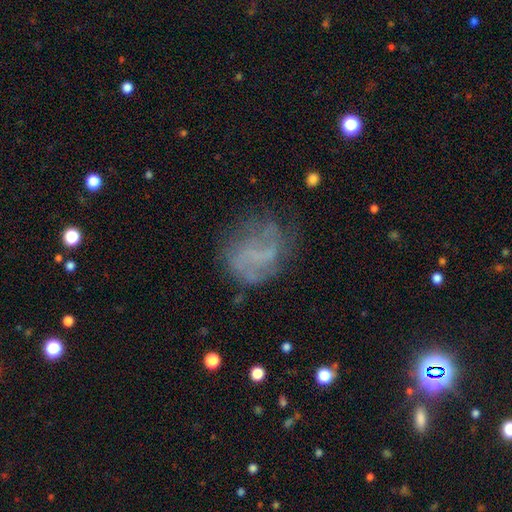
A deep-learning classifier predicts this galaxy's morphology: A featured or disk galaxy (51%).

Vote fractions:
- Smooth or featured? featured or disk: 51% / smooth: 34% / star or artifact: 16%
- Edge-on disk? no: 97% / yes: 3%
- Merging? none: 57% / minor disturbance: 21% / major disturbance: 19% / merger: 3%